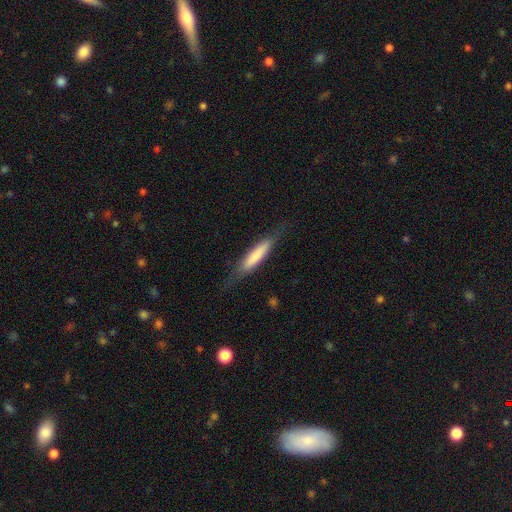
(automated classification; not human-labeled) Morphology: type=smooth (69%); roundness=cigar-shaped (84%); merging=none (78%).